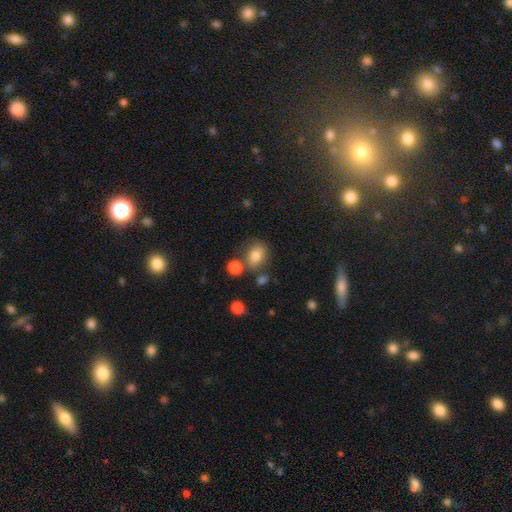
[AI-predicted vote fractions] Overall: smooth (81%). How rounded: in between (54%; round 45%). Merging: none (69%).